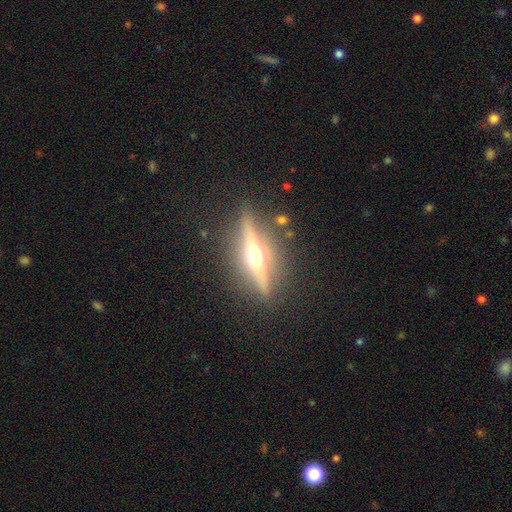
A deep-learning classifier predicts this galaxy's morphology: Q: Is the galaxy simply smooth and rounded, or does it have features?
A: featured or disk — 78%.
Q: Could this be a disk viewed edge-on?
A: yes — 95%.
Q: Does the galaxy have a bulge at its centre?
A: rounded — 95%.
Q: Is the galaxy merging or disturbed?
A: none — 86%.